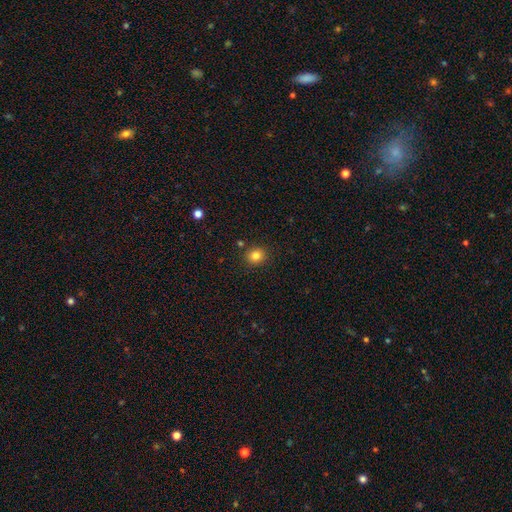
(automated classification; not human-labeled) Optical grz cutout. It shows a smooth galaxy with no disk features (82%) that is round (81%). Merging: none (87%).